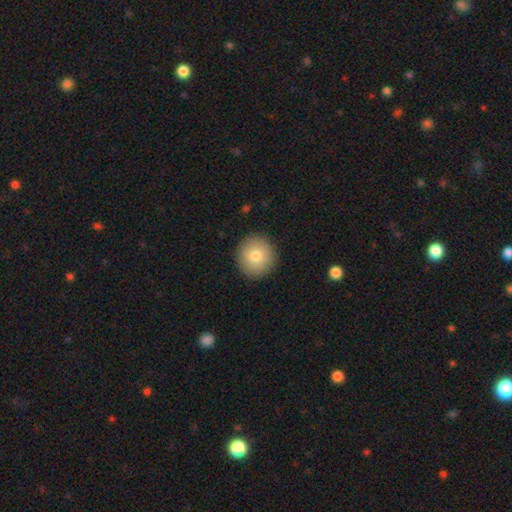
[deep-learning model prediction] Smooth or featured?
  - smooth: 78% *
  - featured or disk: 13%
  - star or artifact: 9%
How rounded?
  - round: 92% *
  - in between: 7%
  - cigar-shaped: 1%
Merging?
  - none: 91% *
  - minor disturbance: 6%
  - major disturbance: 2%
  - merger: 1%